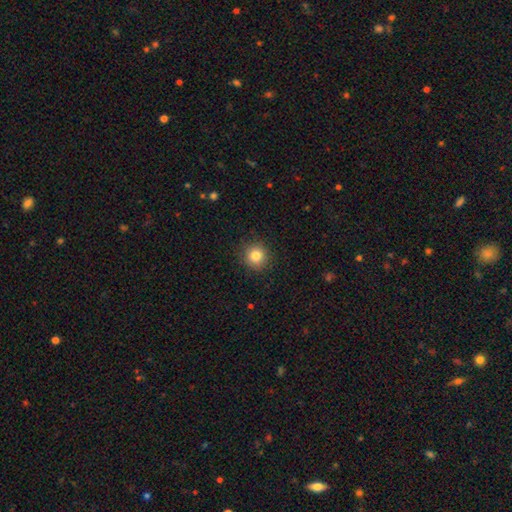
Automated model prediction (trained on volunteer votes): This appears to be a smooth galaxy with no disk features (82%) that is round (94%). Merging: none (91%).